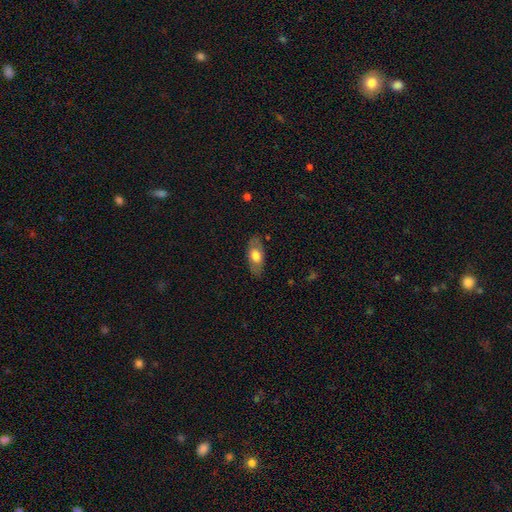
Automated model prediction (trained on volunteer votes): Overall: smooth (66%; featured or disk 28%). How rounded: in between (86%). Merging: none (81%).